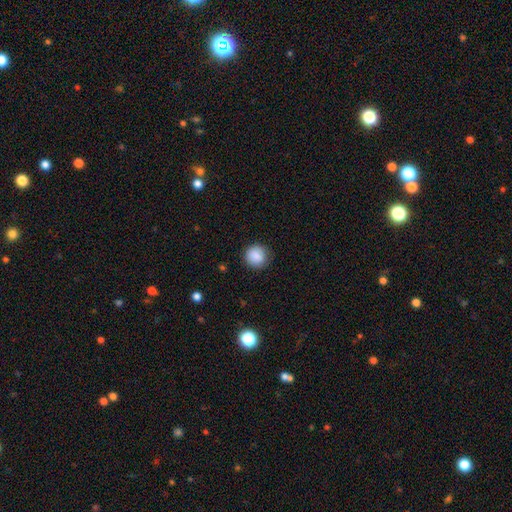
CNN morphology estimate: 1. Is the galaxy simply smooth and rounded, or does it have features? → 87% smooth, 8% star or artifact, 5% featured or disk.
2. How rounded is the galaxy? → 91% round, 8% in between, 1% cigar-shaped.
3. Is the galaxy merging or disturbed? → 84% none, 12% minor disturbance, 3% major disturbance, 1% merger.